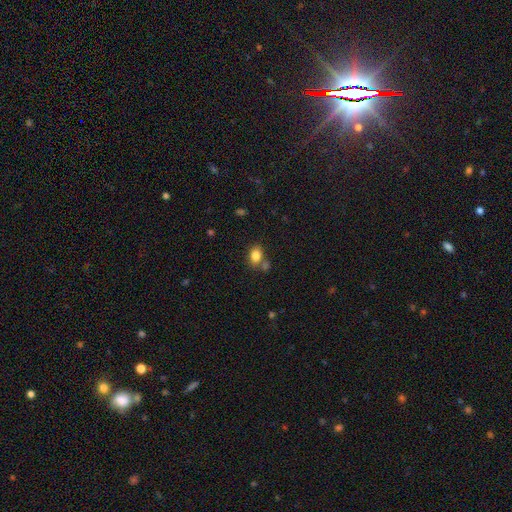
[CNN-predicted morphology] The model was most divided on "how rounded": in between: 72%, round: 26%, cigar-shaped: 1%. More confident: smooth or featured — smooth (83%); merging — none (64%).